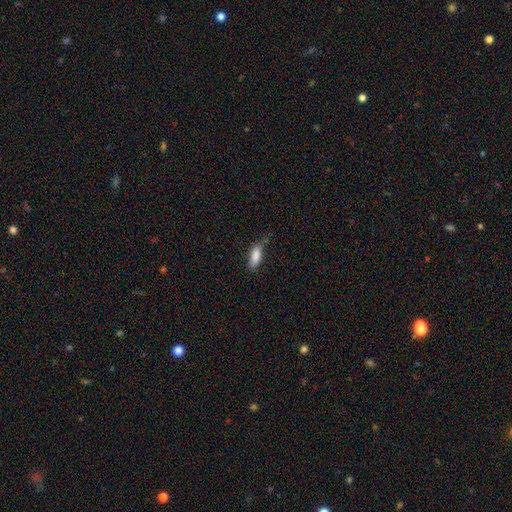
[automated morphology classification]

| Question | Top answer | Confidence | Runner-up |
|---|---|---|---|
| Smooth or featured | smooth | 85% | featured or disk (8%) |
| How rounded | in between | 65% | cigar-shaped (33%) |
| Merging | none | 63% | minor disturbance (28%) |